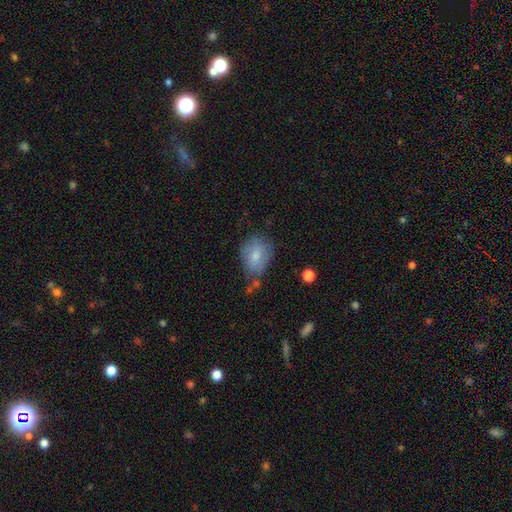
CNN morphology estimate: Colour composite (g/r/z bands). It shows a smooth galaxy with no disk features (74%) that is in between round and cigar-shaped (66%). Merging: none (57%).